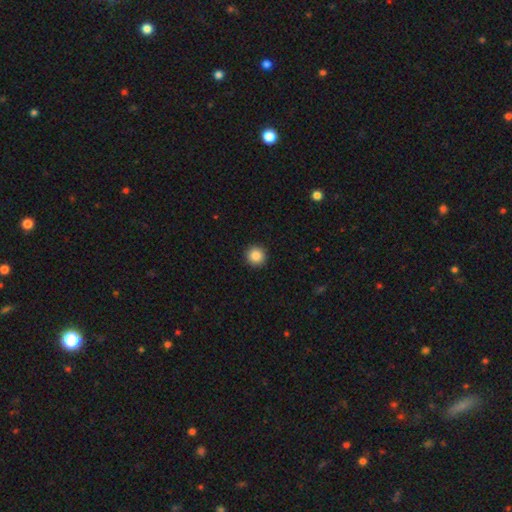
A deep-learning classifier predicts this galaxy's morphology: This is clearly a smooth galaxy (87%). How rounded: clearly round (94%). Merging: clearly none (93%).